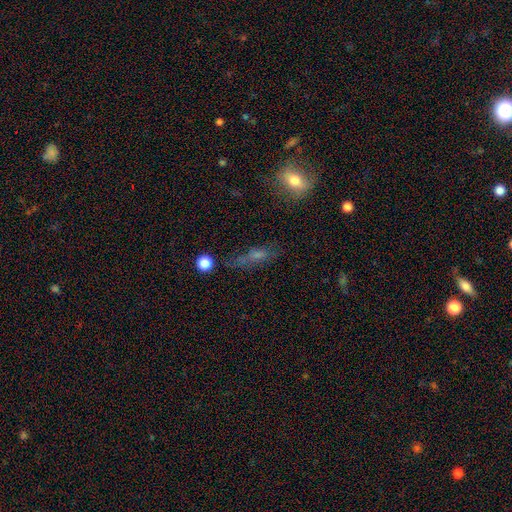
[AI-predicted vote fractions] A smooth galaxy with no disk features (48%). Merging: none (62%).